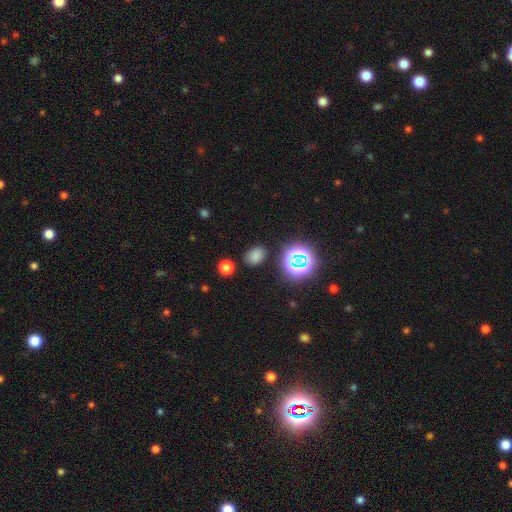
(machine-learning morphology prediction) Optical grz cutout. It shows a smooth galaxy with no disk features (72%) that is in between round and cigar-shaped (71%). Merging: none (81%).